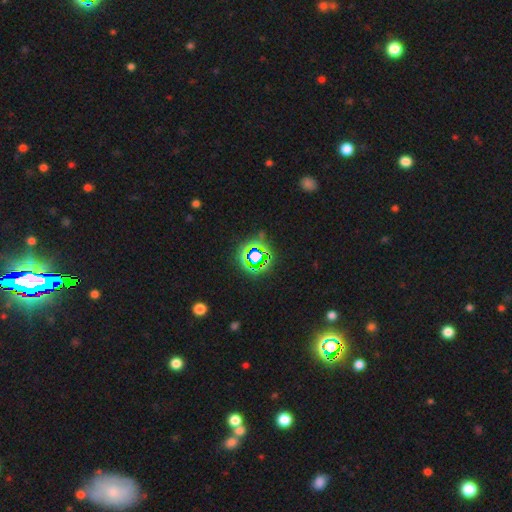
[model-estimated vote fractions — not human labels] Morphology: type=star or artifact (76%).